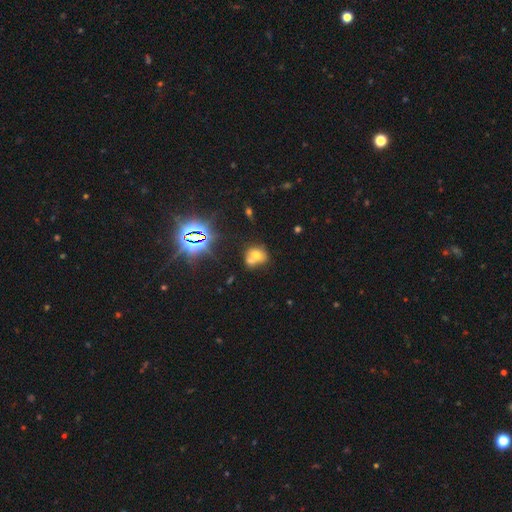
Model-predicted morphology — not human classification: smooth-or-featured: smooth: 56% | star or artifact: 23% | featured or disk: 21%
  how-rounded: round: 67% | in between: 32% | cigar-shaped: 1%
  merging: merger: 52% | none: 34% | minor disturbance: 10% | major disturbance: 4%